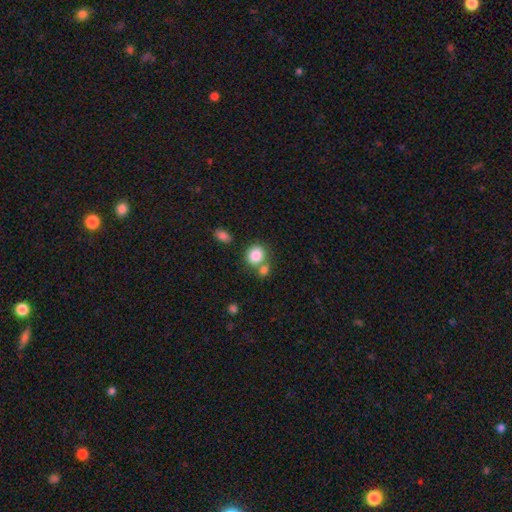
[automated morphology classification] smooth_or_featured: smooth (p=0.84) [alt: star or artifact p=0.09]
how_rounded: round (p=0.73) [alt: in between p=0.26]
merging: none (p=0.55) [alt: merger p=0.30]